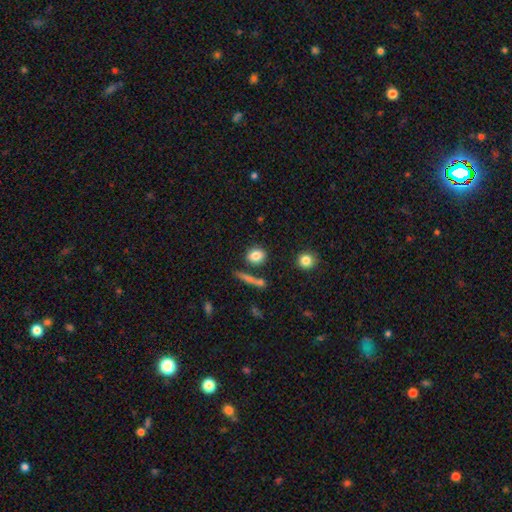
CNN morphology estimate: type=smooth (82%); roundness=round (59%); merging=none (78%).